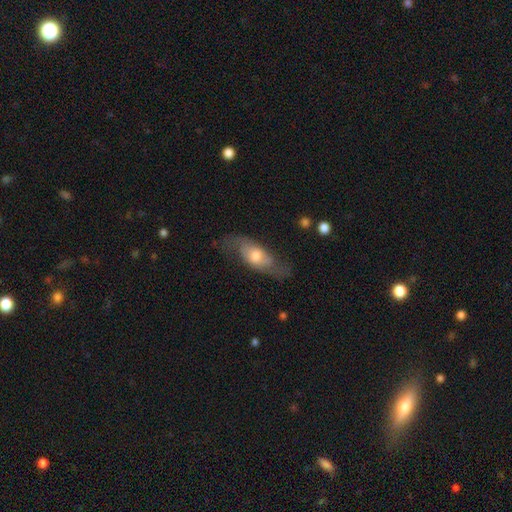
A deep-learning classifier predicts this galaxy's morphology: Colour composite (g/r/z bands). It shows a featured or disk galaxy (61%). Merging: none (67%).